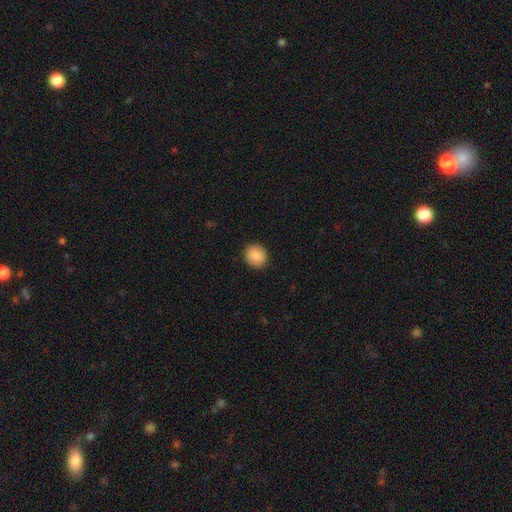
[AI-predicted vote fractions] Morphology: type=smooth (84%); roundness=round (84%); merging=none (91%).